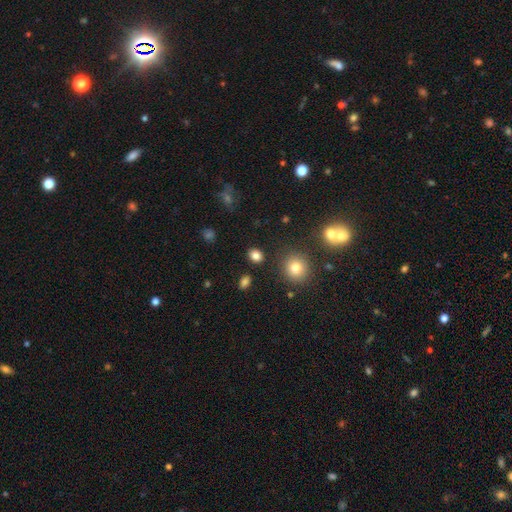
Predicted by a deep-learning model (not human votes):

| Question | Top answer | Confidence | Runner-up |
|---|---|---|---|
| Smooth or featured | smooth | 83% | star or artifact (13%) |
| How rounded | round | 51% | in between (47%) |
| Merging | none | 87% | minor disturbance (8%) |